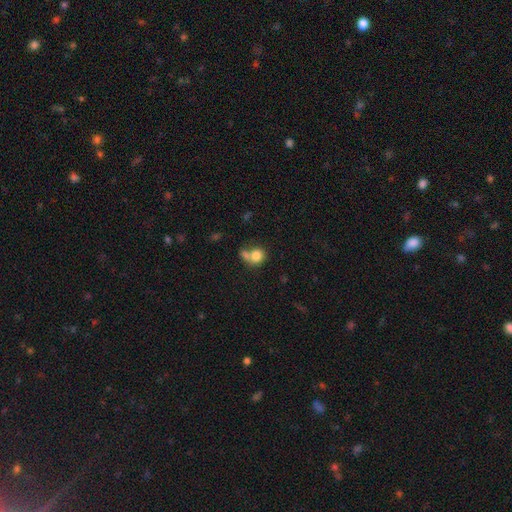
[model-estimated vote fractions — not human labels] smooth_or_featured: smooth (p=0.79) [alt: featured or disk p=0.11]
how_rounded: round (p=0.76) [alt: in between p=0.23]
merging: merger (p=0.46) [alt: none p=0.37]